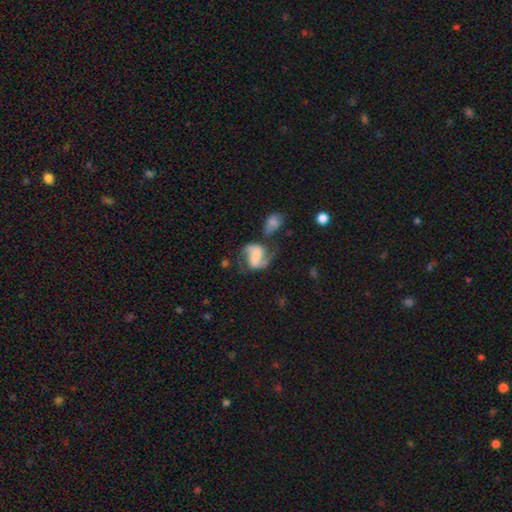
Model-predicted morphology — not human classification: Q: Smooth or featured?
A: featured or disk (77%); runner-up: smooth (16%)
Q: Edge-on disk?
A: no (98%); runner-up: yes (2%)
Q: Bar?
A: weak (40%); runner-up: no (30%)
Q: Spiral arms?
A: yes (93%); runner-up: no (7%)
Q: Spiral winding?
A: medium (46%); runner-up: loose (40%)
Q: Spiral arm count?
A: 2 (89%); runner-up: can't tell (4%)
Q: Bulge size?
A: none (34%); runner-up: small (25%)
Q: Merging?
A: none (48%); runner-up: merger (19%)